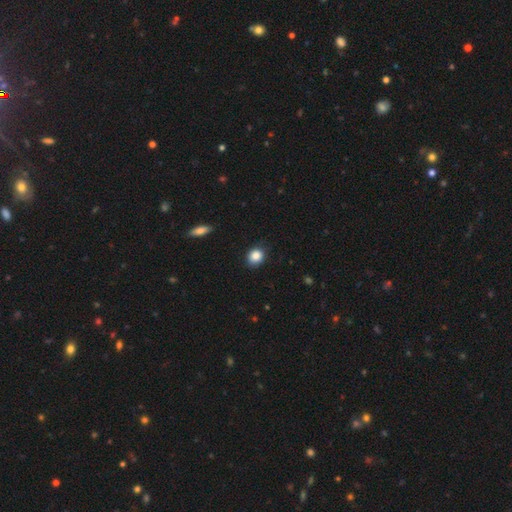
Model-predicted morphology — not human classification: smooth_or_featured: smooth (p=0.86) [alt: star or artifact p=0.09]
how_rounded: round (p=0.71) [alt: in between p=0.28]
merging: none (p=0.84) [alt: minor disturbance p=0.13]